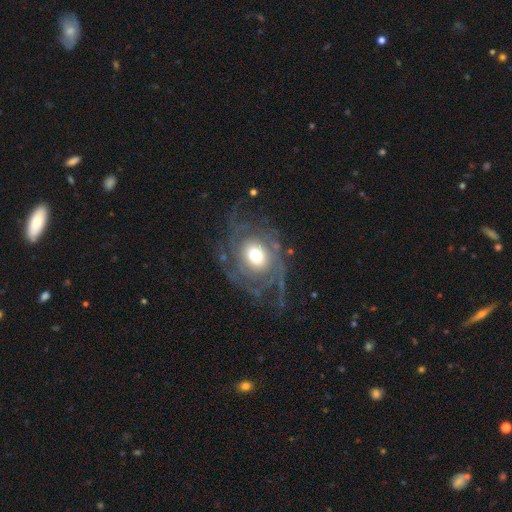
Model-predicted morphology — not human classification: A featured or disk galaxy (78%) with no bar (79%), tight (44%) spiral arms (85%) and a moderate central bulge (51%).

Vote fractions:
- Smooth or featured? featured or disk: 78% / smooth: 15% / star or artifact: 7%
- Edge-on disk? no: 97% / yes: 3%
- Bar? no: 79% / weak: 16% / strong: 5%
- Spiral arms? yes: 85% / no: 15%
- Spiral winding? tight: 44% / medium: 34% / loose: 22%
- Spiral arm count? can't tell: 32% / 2: 24% / 3: 17% / 4: 10% / 1: 9% / more than 4: 8%
- Bulge size? moderate: 51% / large: 33% / small: 10% / dominant: 5% / none: 1%
- Merging? none: 60% / major disturbance: 22% / minor disturbance: 16% / merger: 2%